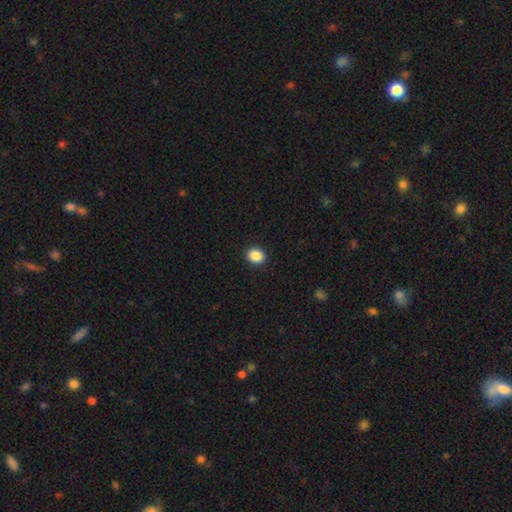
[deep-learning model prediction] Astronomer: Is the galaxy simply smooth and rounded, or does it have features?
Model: smooth — 88%.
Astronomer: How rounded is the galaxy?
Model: round — 53% (runner-up: in between, 46%).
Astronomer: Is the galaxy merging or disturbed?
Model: none — 92%.